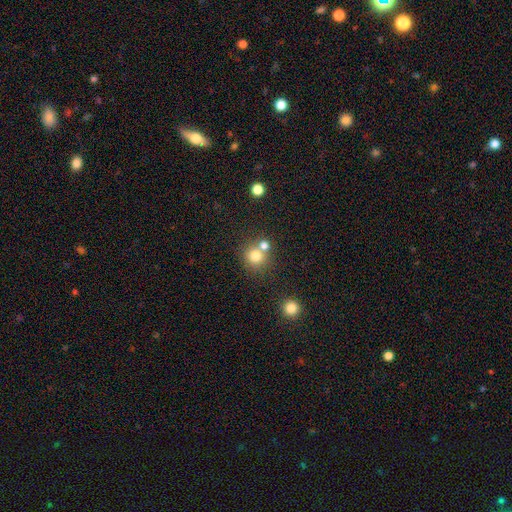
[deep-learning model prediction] A smooth galaxy with no disk features (78%) that is round (90%).

Vote fractions:
- Smooth or featured? smooth: 78% / star or artifact: 13% / featured or disk: 9%
- How rounded? round: 90% / in between: 9% / cigar-shaped: 1%
- Merging? none: 60% / merger: 30% / minor disturbance: 7% / major disturbance: 3%